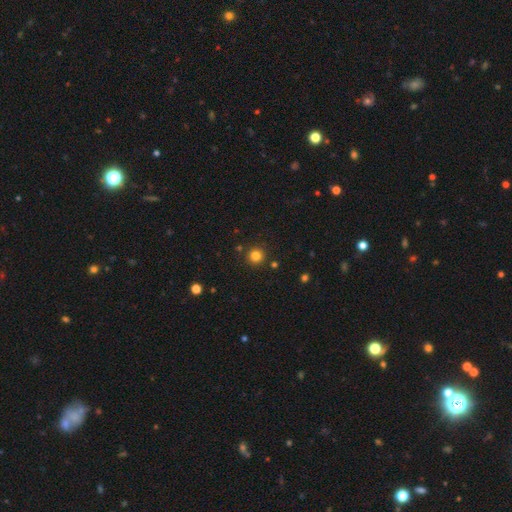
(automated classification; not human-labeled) This is clearly a smooth galaxy (82%). How rounded: clearly round (95%). Merging: clearly none (89%).